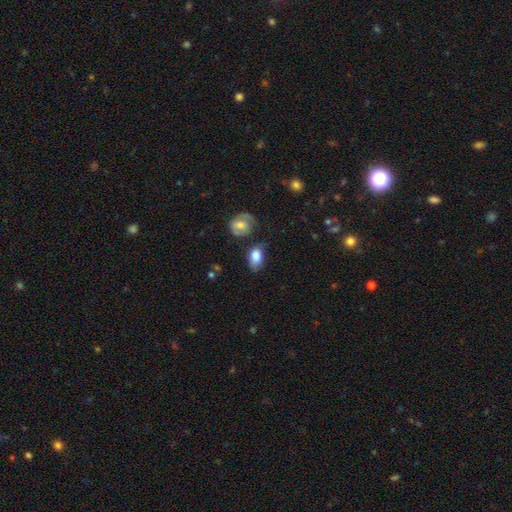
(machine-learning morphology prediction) smooth 80%, featured or disk 14%, star or artifact 7%. Down the decision tree: how rounded — in between (85%); merging — none (44%).